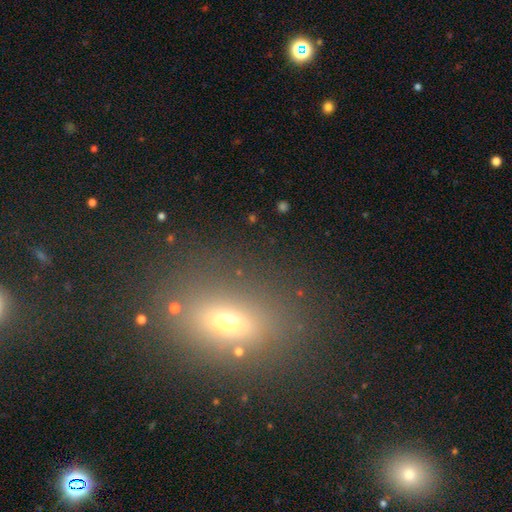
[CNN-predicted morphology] This appears to be a smooth galaxy with no disk features (52%) that is in between round and cigar-shaped (65%). Merging: none (79%).